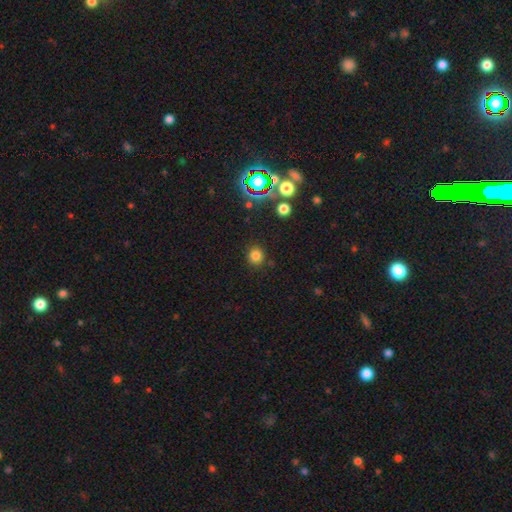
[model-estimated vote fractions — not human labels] Smooth or featured?
  - smooth: 78% *
  - star or artifact: 17%
  - featured or disk: 6%
How rounded?
  - round: 85% *
  - in between: 14%
  - cigar-shaped: 1%
Merging?
  - none: 87% *
  - minor disturbance: 8%
  - major disturbance: 3%
  - merger: 2%